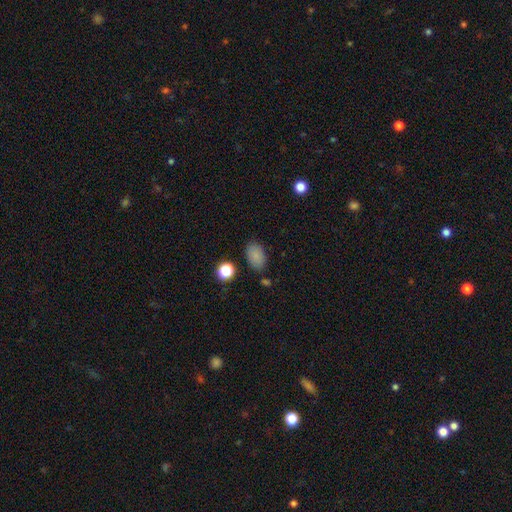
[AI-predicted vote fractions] This appears to be a smooth galaxy with no disk features (84%) that is in between round and cigar-shaped (89%). Merging: none (80%).